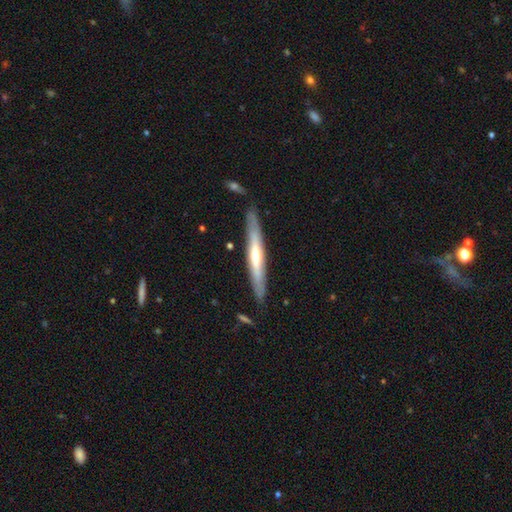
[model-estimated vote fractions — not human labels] Smooth or featured?
  - featured or disk: 58% *
  - smooth: 37%
  - star or artifact: 5%
Edge-on disk?
  - yes: 89% *
  - no: 11%
Edge-on bulge?
  - rounded: 68% *
  - none: 25%
  - boxy: 8%
Merging?
  - none: 85% *
  - minor disturbance: 10%
  - merger: 2%
  - major disturbance: 2%